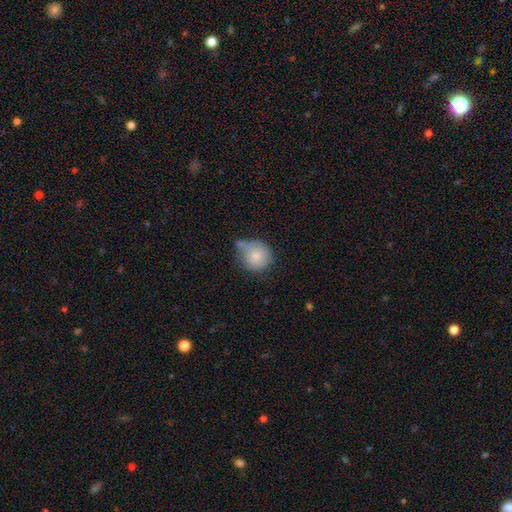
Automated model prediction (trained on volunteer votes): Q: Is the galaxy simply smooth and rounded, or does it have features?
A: smooth — 81%.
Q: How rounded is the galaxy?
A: round — 88%.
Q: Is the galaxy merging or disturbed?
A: none — 44%.